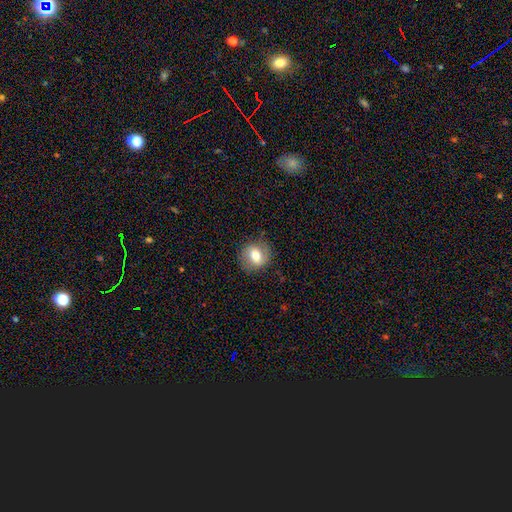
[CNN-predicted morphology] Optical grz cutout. It shows a smooth galaxy with no disk features (60%) that is round (72%). Merging: none (81%).